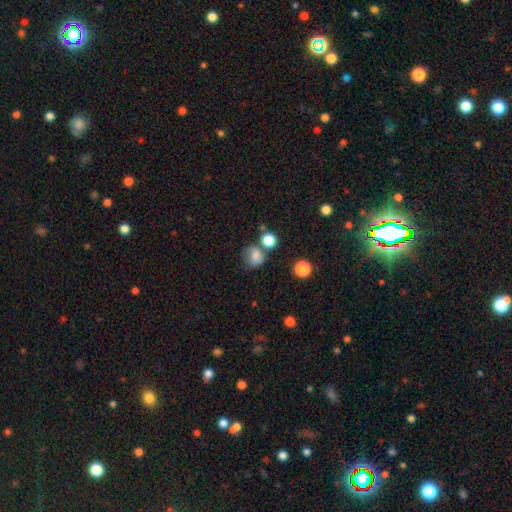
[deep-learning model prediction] A smooth galaxy with no disk features (77%) that is round (68%).

Vote fractions:
- Smooth or featured? smooth: 77% / star or artifact: 13% / featured or disk: 10%
- How rounded? round: 68% / in between: 31% / cigar-shaped: 1%
- Merging? none: 52% / minor disturbance: 20% / merger: 17% / major disturbance: 10%